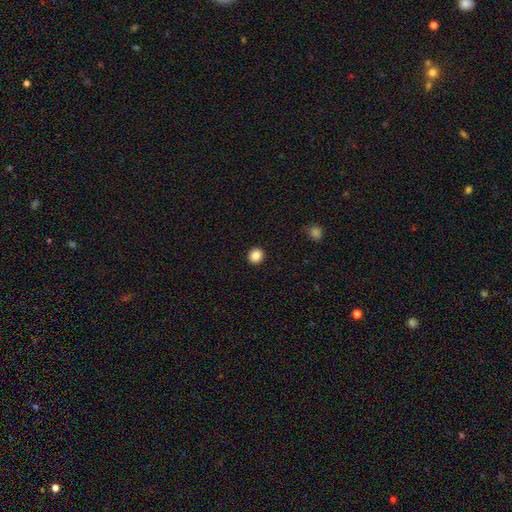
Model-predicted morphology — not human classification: This appears to be a smooth galaxy with no disk features (86%) that is round (86%). Merging: none (93%).